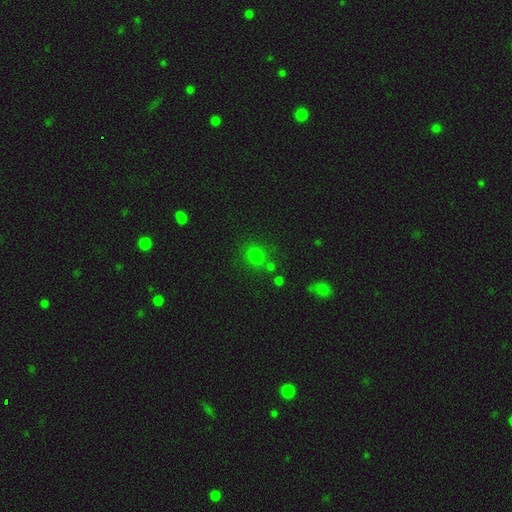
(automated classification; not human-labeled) Overall: smooth (75%). How rounded: round (80%). Merging: none (73%).